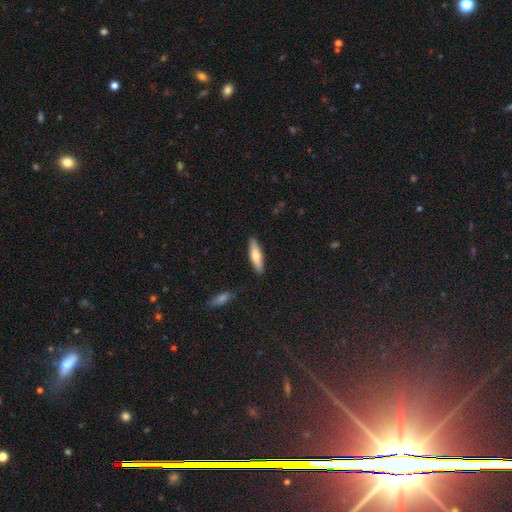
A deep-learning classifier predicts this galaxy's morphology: This is likely a smooth galaxy (68%). How rounded: likely cigar-shaped (69%). Merging: clearly none (89%).